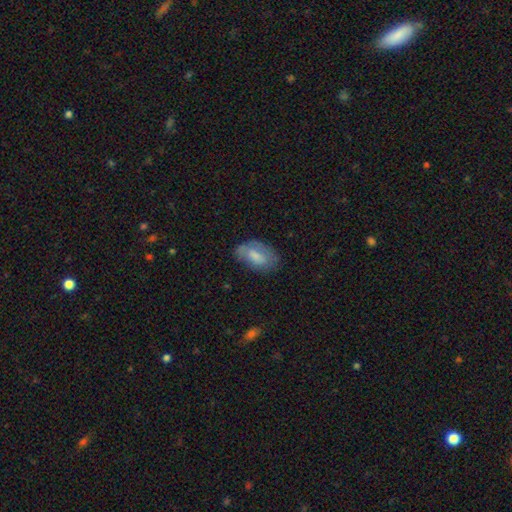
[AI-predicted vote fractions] Smooth or featured? Predicted: smooth (p=0.69). How rounded? Predicted: in between (p=0.92). Merging? Predicted: none (p=0.60).